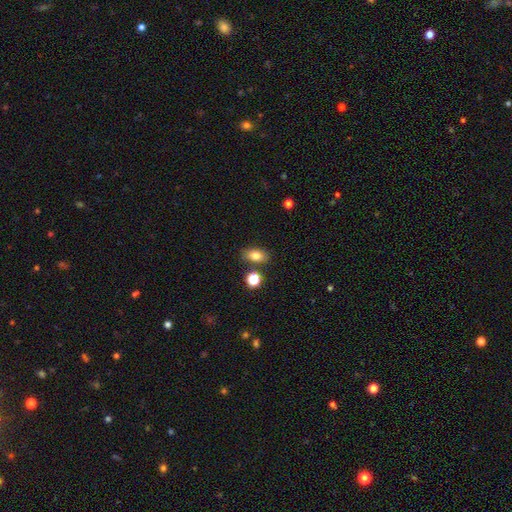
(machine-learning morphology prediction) smooth_or_featured: smooth (p=0.80) [alt: star or artifact p=0.11]
how_rounded: in between (p=0.82) [alt: round p=0.15]
merging: none (p=0.79) [alt: minor disturbance p=0.11]